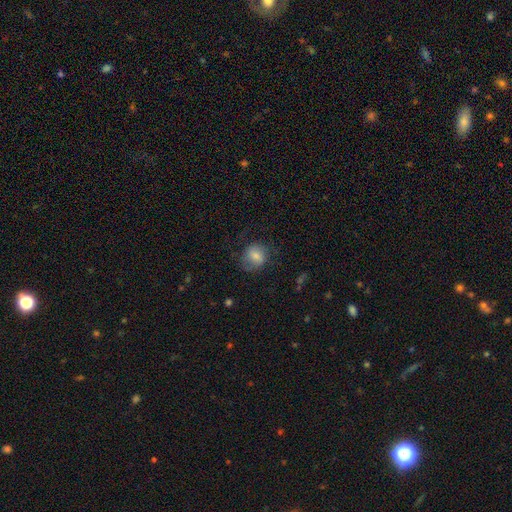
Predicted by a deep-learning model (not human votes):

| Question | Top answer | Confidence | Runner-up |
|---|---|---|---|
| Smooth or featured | smooth | 73% | featured or disk (19%) |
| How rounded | round | 71% | in between (28%) |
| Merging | none | 65% | minor disturbance (21%) |